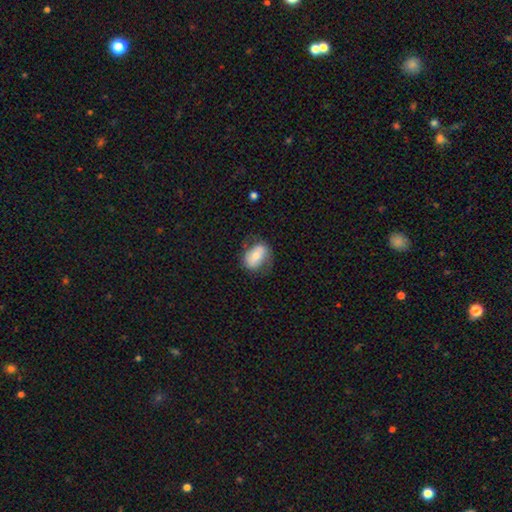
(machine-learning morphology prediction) Smooth or featured: smooth — 64% (featured or disk — 29%)
How rounded: in between — 80% (round — 18%)
Merging: none — 66% (minor disturbance — 22%)